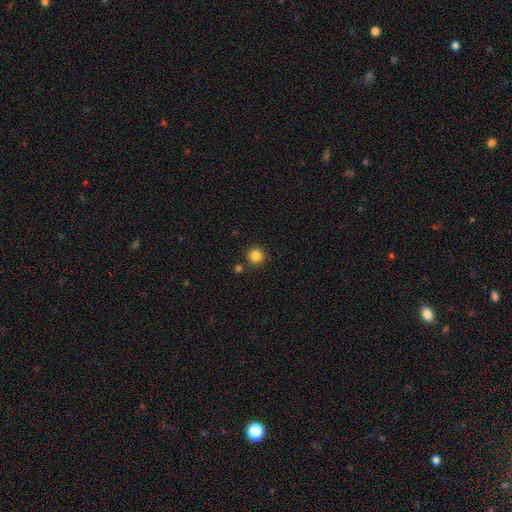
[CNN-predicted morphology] Smooth or featured: smooth — 84% (star or artifact — 12%)
How rounded: round — 94% (in between — 5%)
Merging: none — 86% (minor disturbance — 7%)